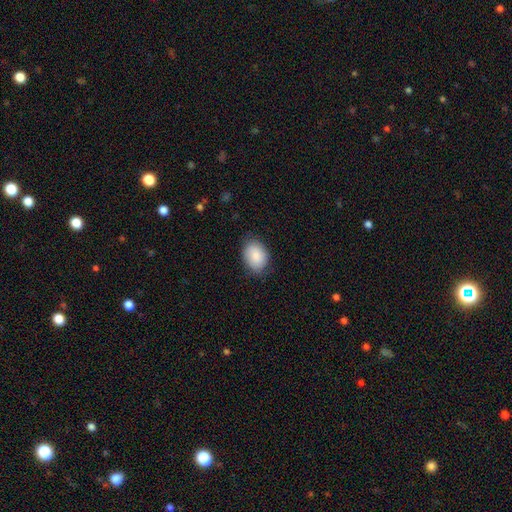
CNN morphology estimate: The model was most divided on "how rounded": in between: 76%, round: 23%, cigar-shaped: 1%. More confident: smooth or featured — smooth (87%); merging — none (80%).